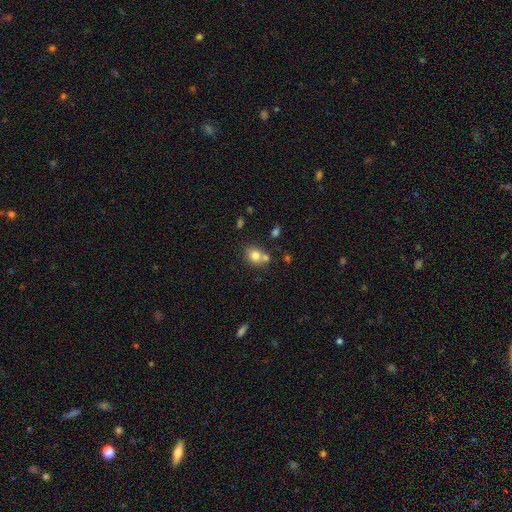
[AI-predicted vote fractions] Q: Smooth or featured?
A: smooth (78%); runner-up: featured or disk (11%)
Q: How rounded?
A: round (61%); runner-up: in between (38%)
Q: Merging?
A: none (52%); runner-up: merger (32%)